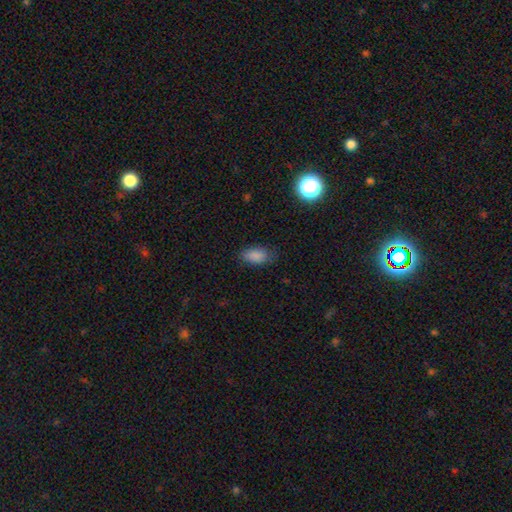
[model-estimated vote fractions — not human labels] Smooth or featured?
  - smooth: 86% *
  - star or artifact: 9%
  - featured or disk: 5%
How rounded?
  - in between: 91% *
  - round: 5%
  - cigar-shaped: 4%
Merging?
  - none: 76% *
  - minor disturbance: 18%
  - major disturbance: 4%
  - merger: 1%